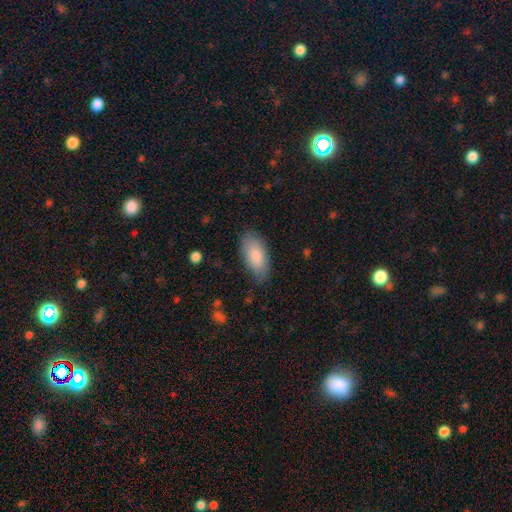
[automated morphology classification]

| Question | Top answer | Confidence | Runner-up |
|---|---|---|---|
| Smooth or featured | smooth | 83% | featured or disk (11%) |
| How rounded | in between | 91% | cigar-shaped (7%) |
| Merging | none | 77% | minor disturbance (18%) |